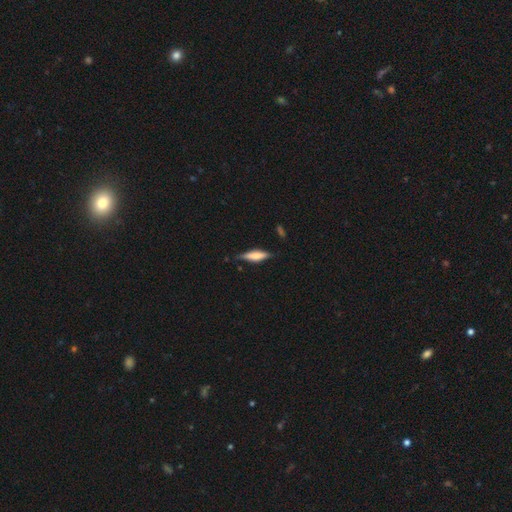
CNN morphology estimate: smooth-or-featured: smooth: 56% | featured or disk: 37% | star or artifact: 7%
  how-rounded: cigar-shaped: 65% | in between: 33% | round: 2%
  merging: none: 75% | minor disturbance: 19% | major disturbance: 4% | merger: 2%